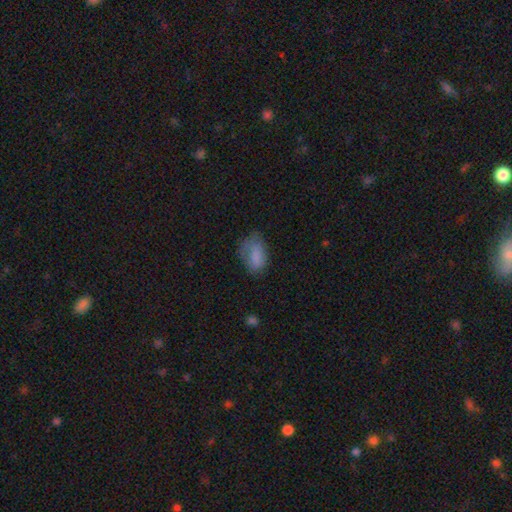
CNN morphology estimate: Overall: smooth (78%). How rounded: in between (88%). Merging: none (45%; minor disturbance 33%).